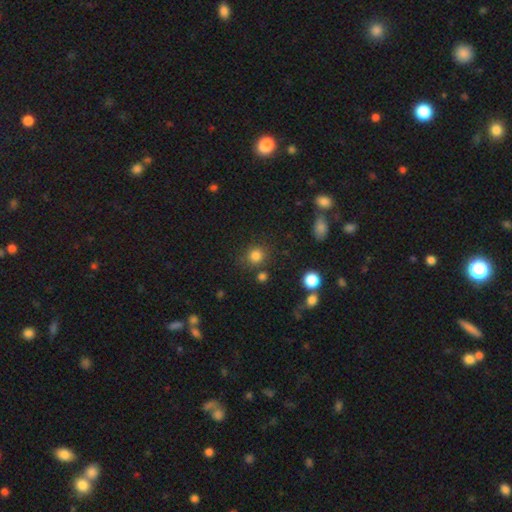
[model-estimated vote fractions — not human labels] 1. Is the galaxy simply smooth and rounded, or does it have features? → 81% smooth, 14% star or artifact, 5% featured or disk.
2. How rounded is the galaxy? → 90% round, 9% in between, 1% cigar-shaped.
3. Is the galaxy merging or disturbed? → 80% none, 10% minor disturbance, 6% merger, 4% major disturbance.